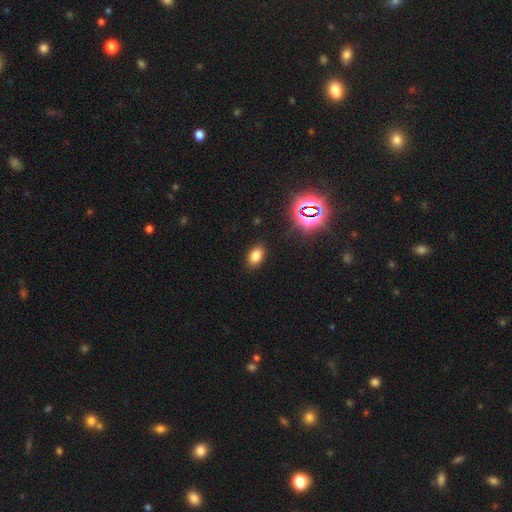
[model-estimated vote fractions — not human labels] smooth-or-featured: smooth: 77% | star or artifact: 17% | featured or disk: 6%
  how-rounded: in between: 86% | round: 12% | cigar-shaped: 2%
  merging: none: 87% | minor disturbance: 9% | major disturbance: 3% | merger: 1%